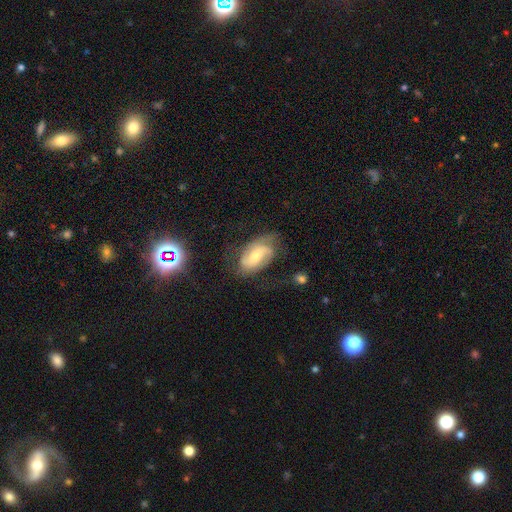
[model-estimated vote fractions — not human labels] Smooth or featured?
  - featured or disk: 68% *
  - smooth: 25%
  - star or artifact: 7%
Edge-on disk?
  - no: 95% *
  - yes: 5%
Bar?
  - weak: 48% *
  - no: 30%
  - strong: 22%
Spiral arms?
  - yes: 89% *
  - no: 11%
Spiral winding?
  - medium: 44% *
  - loose: 31%
  - tight: 25%
Spiral arm count?
  - 2: 73% *
  - can't tell: 14%
  - 1: 7%
  - 3: 4%
  - 4: 1%
  - more than 4: 1%
Bulge size?
  - moderate: 54% *
  - small: 34%
  - large: 7%
  - none: 3%
  - dominant: 1%
Merging?
  - none: 57% *
  - minor disturbance: 24%
  - major disturbance: 16%
  - merger: 3%